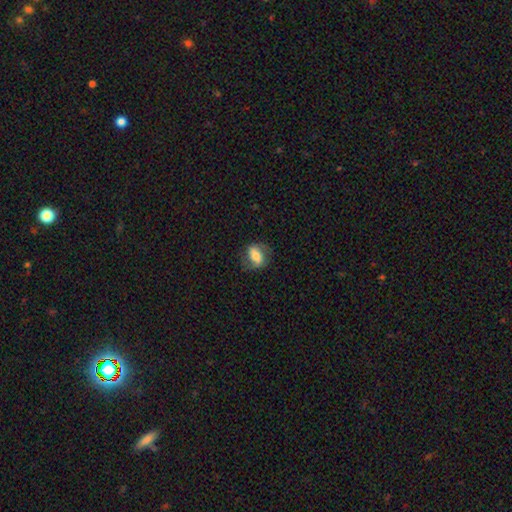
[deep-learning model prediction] This appears to be a smooth galaxy with no disk features (51%) that is in between round and cigar-shaped (76%). Merging: none (70%).